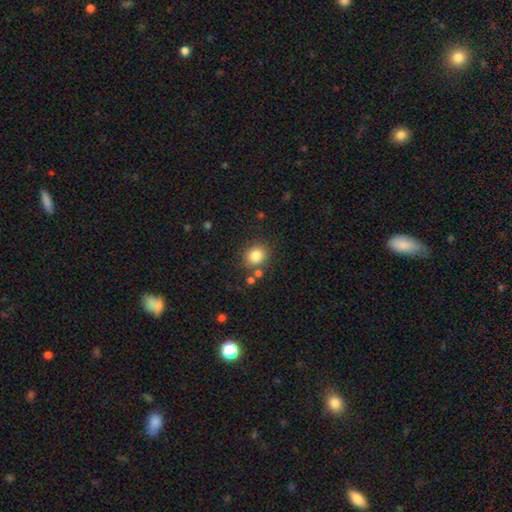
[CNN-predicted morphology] Smooth or featured: smooth — 83% (star or artifact — 11%)
How rounded: round — 72% (in between — 27%)
Merging: none — 79% (minor disturbance — 10%)